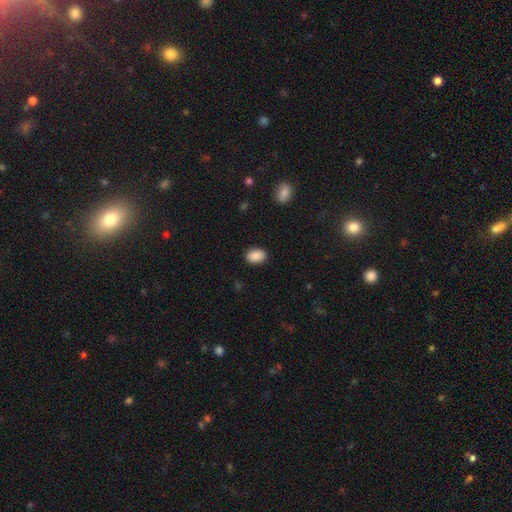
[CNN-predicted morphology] smooth 89%, star or artifact 7%, featured or disk 4%. Down the decision tree: how rounded — in between (80%); merging — none (89%).